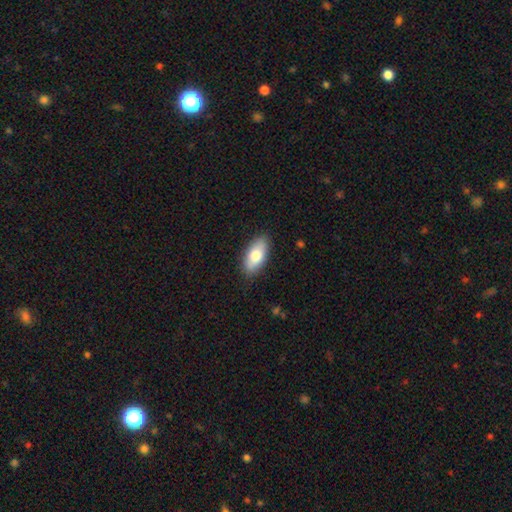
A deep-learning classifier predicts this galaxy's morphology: Smooth or featured? Predicted: smooth (p=0.75). How rounded? Predicted: in between (p=0.88). Merging? Predicted: none (p=0.86).